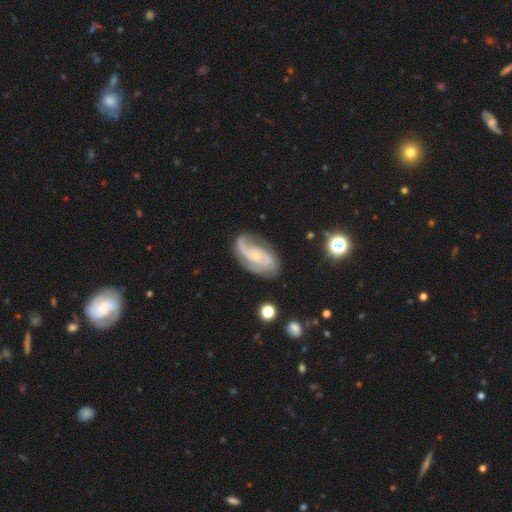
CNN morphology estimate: The model was most divided on "spiral winding": medium: 47%, tight: 29%, loose: 24%. More confident: edge-on disk — no (96%); spiral arms — yes (96%); smooth or featured — featured or disk (83%); bulge size — small (75%); merging — none (72%); spiral arm count — 2 (69%); bar — no (62%).